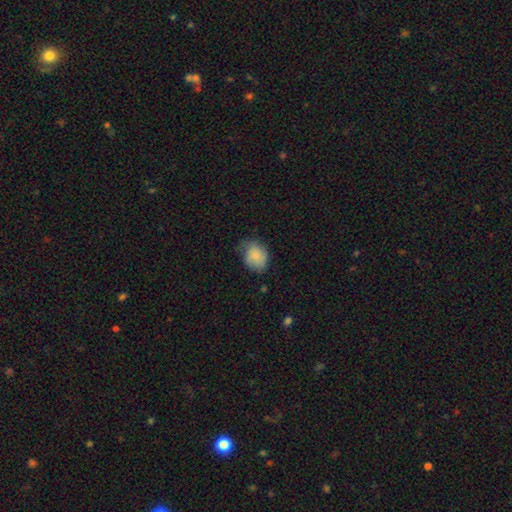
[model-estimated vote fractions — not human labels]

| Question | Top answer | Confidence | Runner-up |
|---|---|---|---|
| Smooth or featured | smooth | 81% | featured or disk (12%) |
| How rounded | in between | 54% | round (45%) |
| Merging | none | 53% | minor disturbance (36%) |